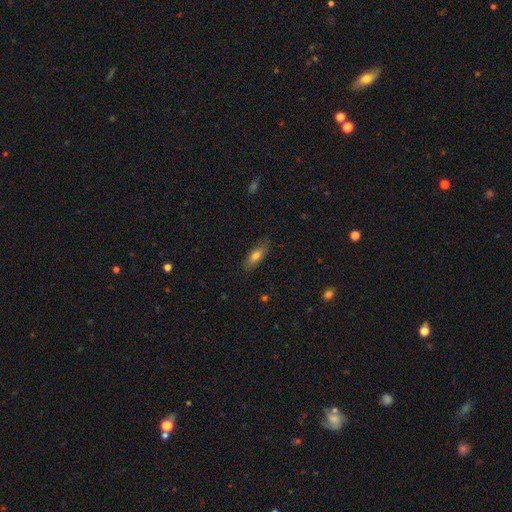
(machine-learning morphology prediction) smooth_or_featured: smooth (p=0.73) [alt: featured or disk p=0.20]
how_rounded: in between (p=0.62) [alt: cigar-shaped p=0.35]
merging: none (p=0.83) [alt: minor disturbance p=0.13]